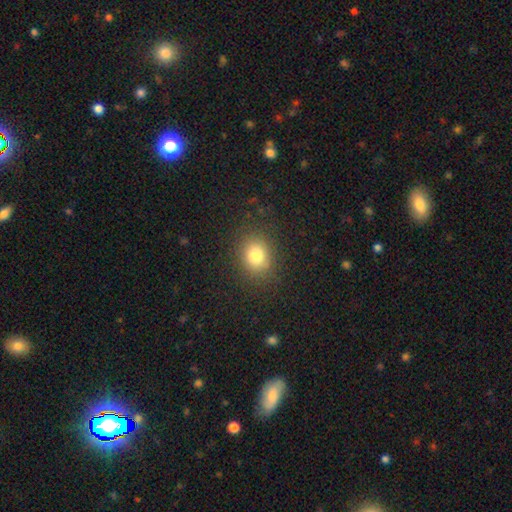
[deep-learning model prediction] A smooth galaxy with no disk features (80%) that is round (62%). Merging: none (86%).